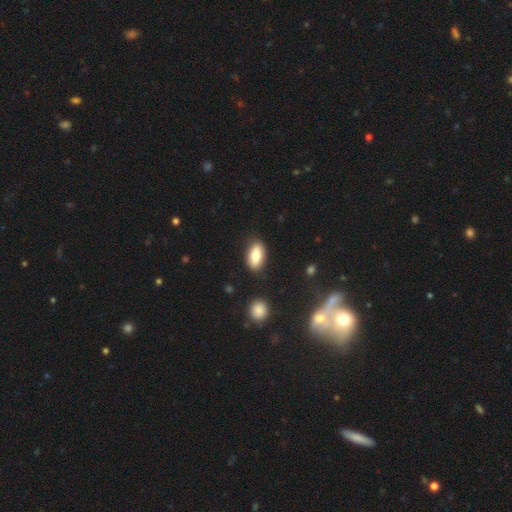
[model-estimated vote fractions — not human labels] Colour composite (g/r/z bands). It shows a smooth galaxy with no disk features (79%) that is in between round and cigar-shaped (90%). Merging: none (84%).